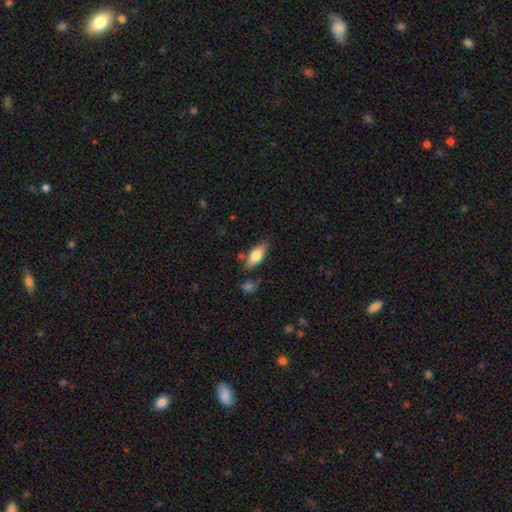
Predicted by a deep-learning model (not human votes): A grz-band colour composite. It shows a smooth galaxy with no disk features (76%) that is in between round and cigar-shaped (84%). Merging: none (70%).